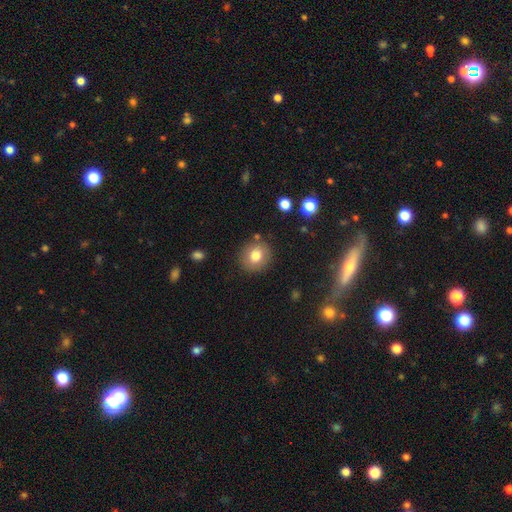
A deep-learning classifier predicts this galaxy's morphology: This appears to be a smooth galaxy with no disk features (78%) that is round (84%). Merging: none (85%).